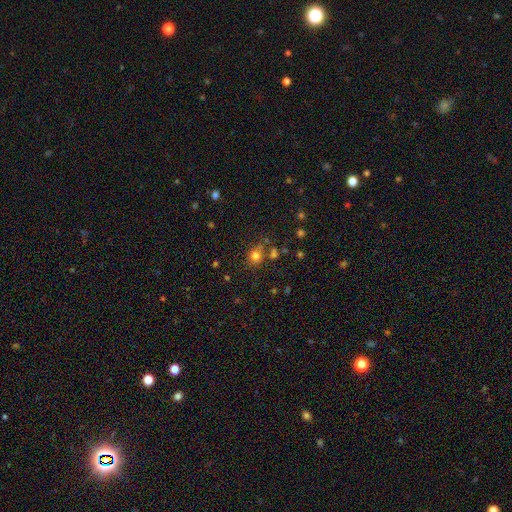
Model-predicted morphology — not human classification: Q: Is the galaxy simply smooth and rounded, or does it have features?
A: smooth — 74%.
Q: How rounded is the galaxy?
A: round — 81%.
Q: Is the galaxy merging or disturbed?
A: none — 70%.